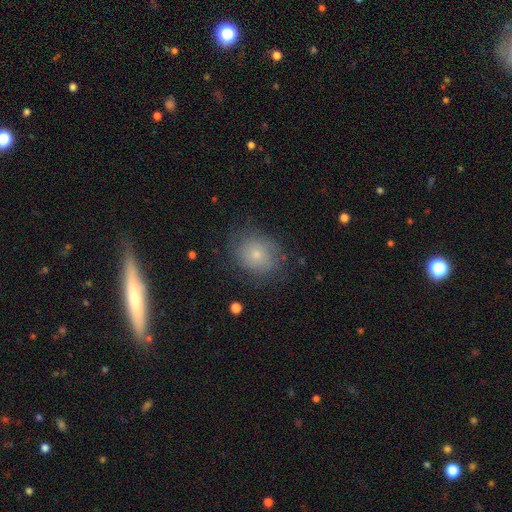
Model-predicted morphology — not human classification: This is likely a smooth galaxy (69%). How rounded: likely round (64%). Merging: likely none (75%).